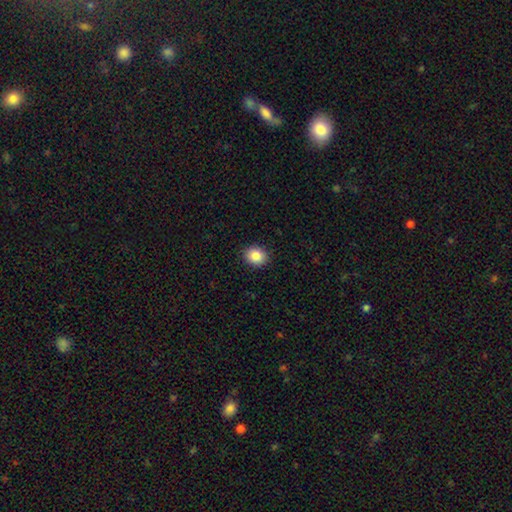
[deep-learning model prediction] Smooth or featured?
  - smooth: 86% *
  - star or artifact: 9%
  - featured or disk: 5%
How rounded?
  - round: 64% *
  - in between: 35%
  - cigar-shaped: 1%
Merging?
  - none: 90% *
  - minor disturbance: 7%
  - major disturbance: 2%
  - merger: 1%